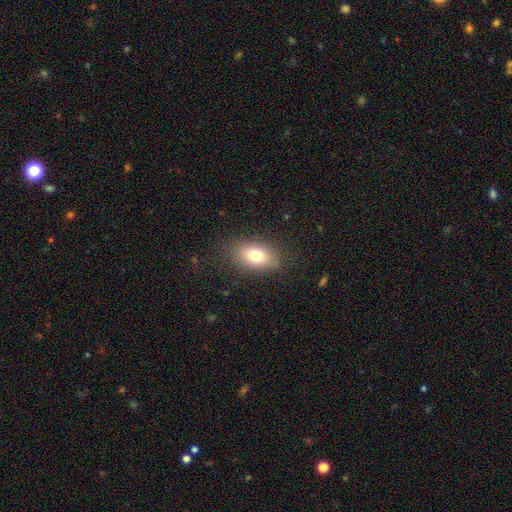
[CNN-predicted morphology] This appears to be a smooth galaxy with no disk features (77%) that is in between round and cigar-shaped (85%). Merging: none (84%).